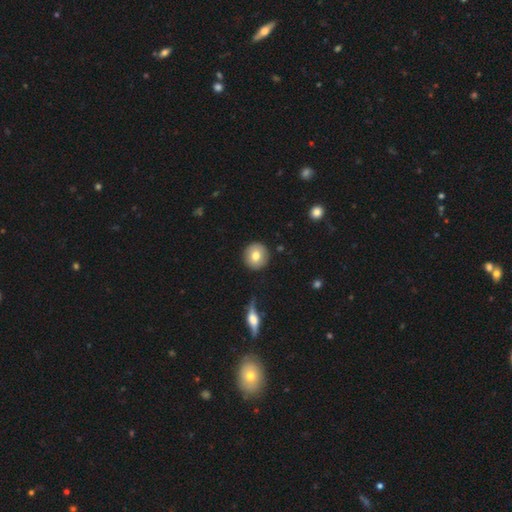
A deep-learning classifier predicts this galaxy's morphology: A smooth galaxy with no disk features (75%) that is round (94%).

Vote fractions:
- Smooth or featured? smooth: 75% / featured or disk: 17% / star or artifact: 8%
- How rounded? round: 94% / in between: 5% / cigar-shaped: 1%
- Merging? none: 90% / minor disturbance: 7% / major disturbance: 2% / merger: 2%